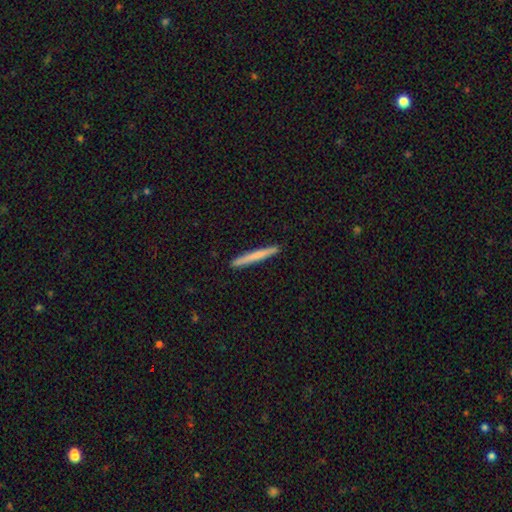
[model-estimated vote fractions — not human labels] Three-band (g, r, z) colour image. It shows a smooth galaxy with no disk features (66%) that is cigar-shaped (97%). Merging: none (92%).